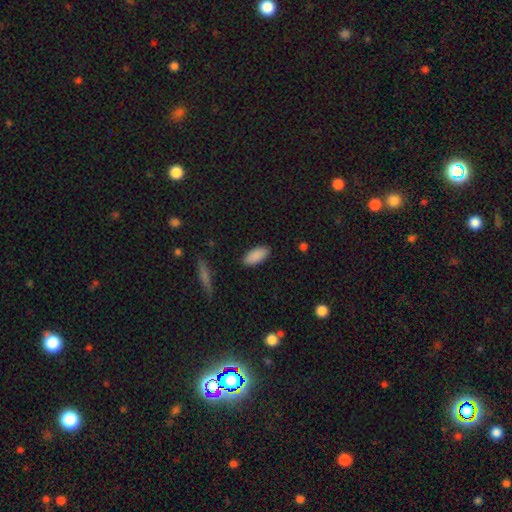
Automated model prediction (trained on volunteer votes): Smooth or featured? Predicted: smooth (p=0.90). How rounded? Predicted: in between (p=0.89). Merging? Predicted: none (p=0.88).